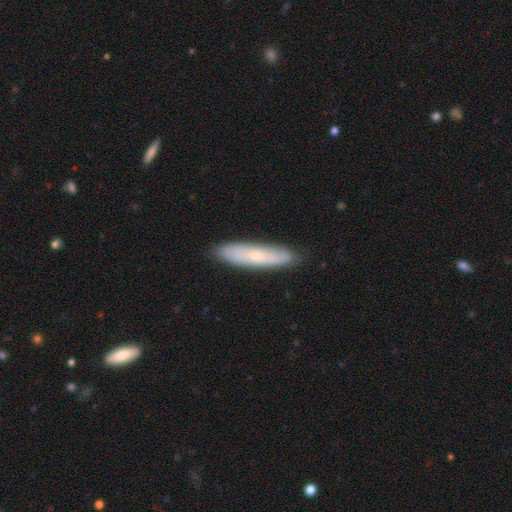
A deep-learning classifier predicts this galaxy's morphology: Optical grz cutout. It shows a smooth galaxy with no disk features (54%) that is cigar-shaped (81%). Merging: none (87%).